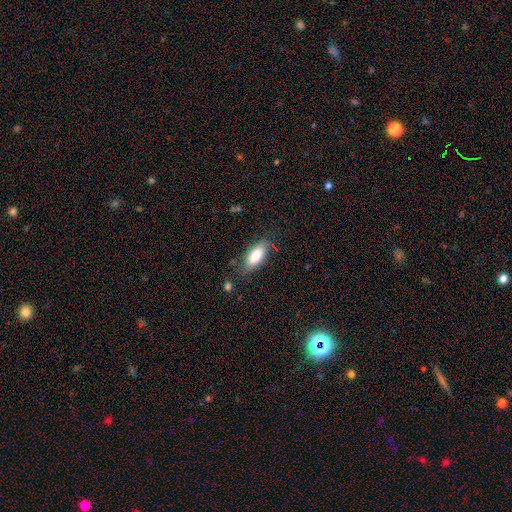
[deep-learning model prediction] This appears to be a smooth galaxy with no disk features (82%) that is in between round and cigar-shaped (82%). Merging: none (74%).